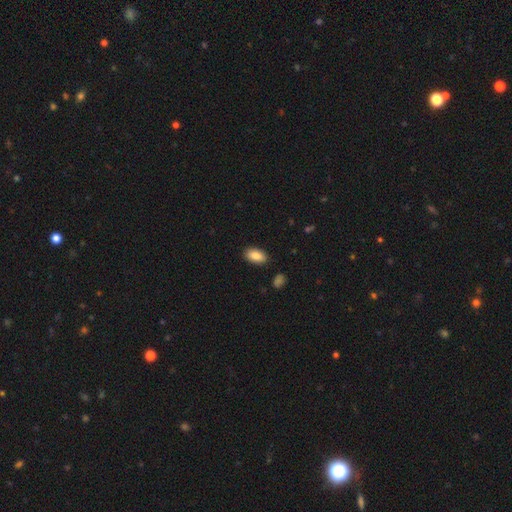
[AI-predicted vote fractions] smooth_or_featured: smooth (p=0.86) [alt: featured or disk p=0.07]
how_rounded: in between (p=0.94) [alt: round p=0.04]
merging: none (p=0.87) [alt: minor disturbance p=0.09]